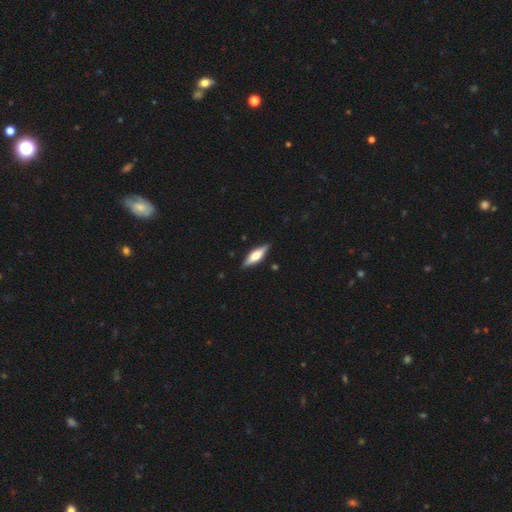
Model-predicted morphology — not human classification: Overall: featured or disk (51%; smooth 43%). Edge-on disk: yes (93%). Merging: none (87%).